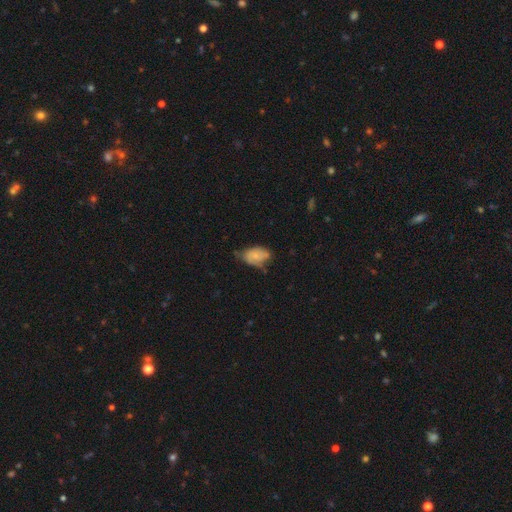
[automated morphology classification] This appears to be a smooth galaxy with no disk features (61%) that is in between round and cigar-shaped (88%). Merging: minor disturbance (43%).